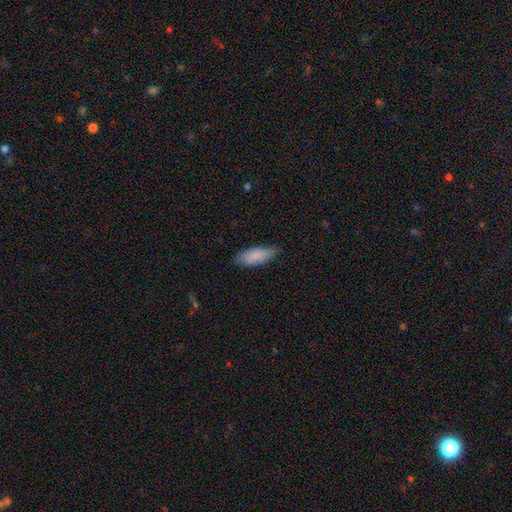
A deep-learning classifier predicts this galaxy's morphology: A smooth galaxy with no disk features (85%) that is in between round and cigar-shaped (75%).

Vote fractions:
- Smooth or featured? smooth: 85% / featured or disk: 9% / star or artifact: 6%
- How rounded? in between: 75% / cigar-shaped: 23% / round: 2%
- Merging? none: 75% / minor disturbance: 20% / major disturbance: 3% / merger: 1%